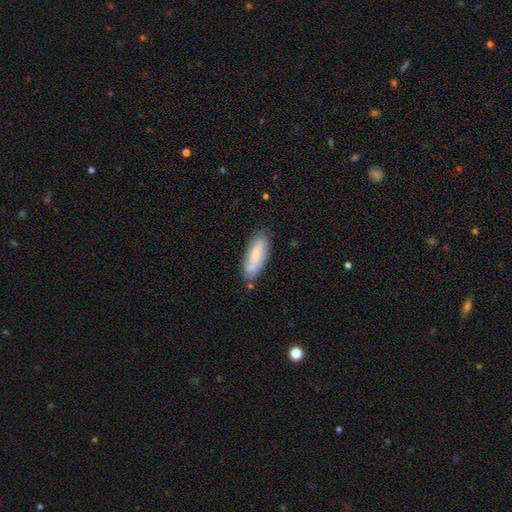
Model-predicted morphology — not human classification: Overall: smooth (57%; featured or disk 36%). How rounded: in between (63%; cigar-shaped 35%). Merging: none (71%).